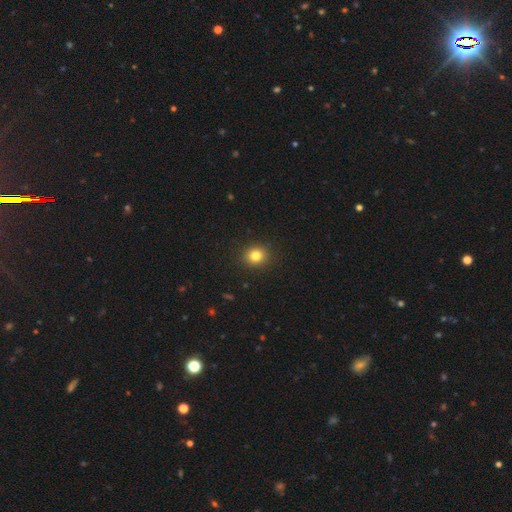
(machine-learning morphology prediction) A smooth galaxy with no disk features (82%) that is round (80%). Merging: none (91%).